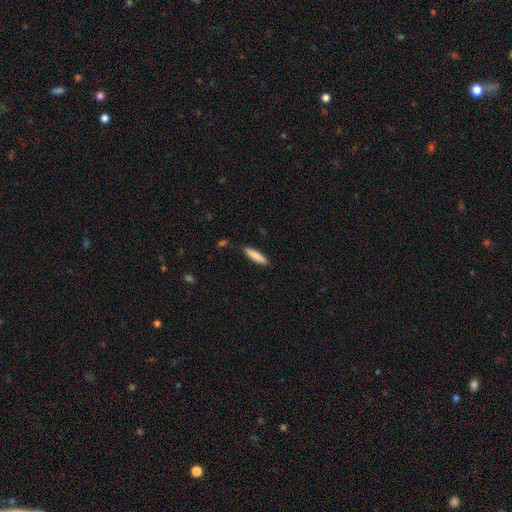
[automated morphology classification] The model was most divided on "how rounded": cigar-shaped: 76%, in between: 23%, round: 1%. More confident: merging — none (87%); smooth or featured — smooth (85%).